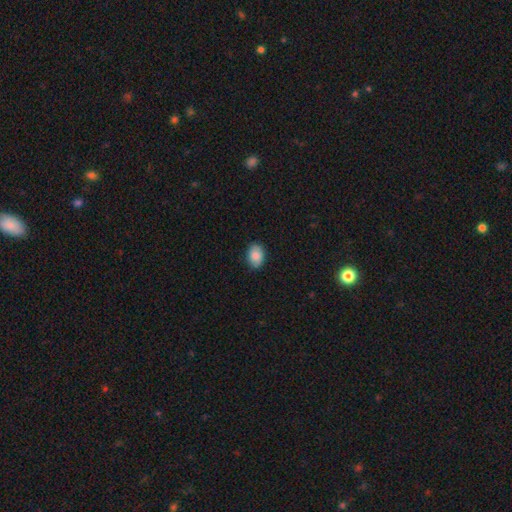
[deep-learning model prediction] Smooth or featured?
  - smooth: 87% *
  - star or artifact: 7%
  - featured or disk: 6%
How rounded?
  - in between: 78% *
  - round: 21%
  - cigar-shaped: 1%
Merging?
  - none: 86% *
  - minor disturbance: 11%
  - major disturbance: 2%
  - merger: 1%